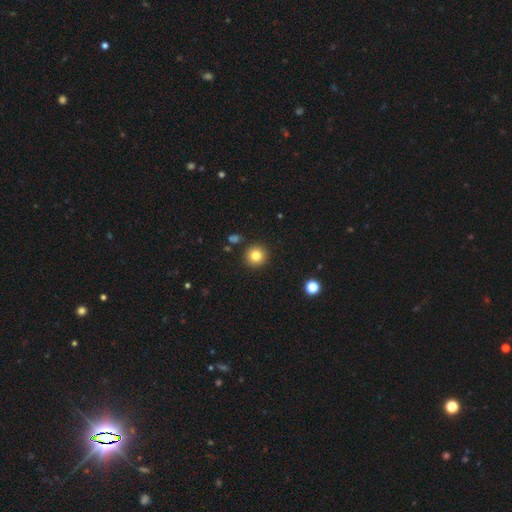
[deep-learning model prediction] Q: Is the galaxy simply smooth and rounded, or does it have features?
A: smooth — 81%.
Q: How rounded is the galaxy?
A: round — 94%.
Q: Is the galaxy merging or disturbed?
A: none — 91%.